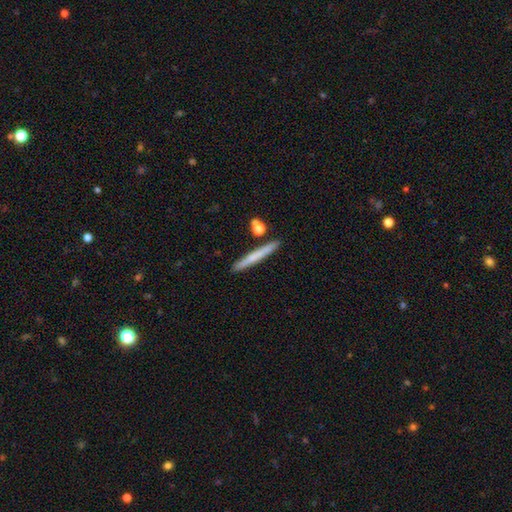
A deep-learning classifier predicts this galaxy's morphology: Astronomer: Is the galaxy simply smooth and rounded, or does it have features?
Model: smooth — 54% (runner-up: featured or disk, 39%).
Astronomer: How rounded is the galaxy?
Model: cigar-shaped — 95%.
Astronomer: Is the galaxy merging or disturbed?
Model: none — 86%.